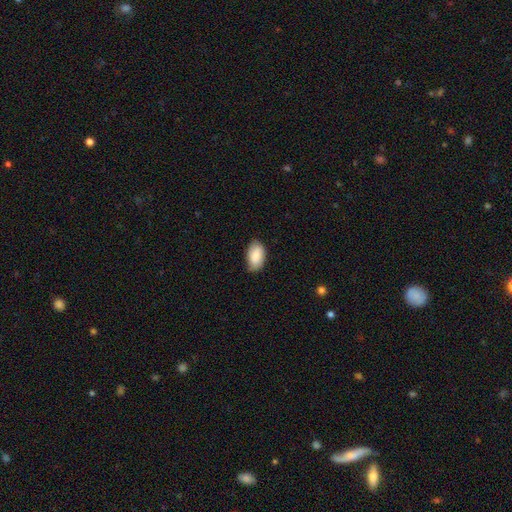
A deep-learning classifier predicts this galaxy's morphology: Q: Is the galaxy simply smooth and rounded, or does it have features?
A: smooth — 86%.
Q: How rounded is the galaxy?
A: in between — 94%.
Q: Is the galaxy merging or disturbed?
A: none — 74%.